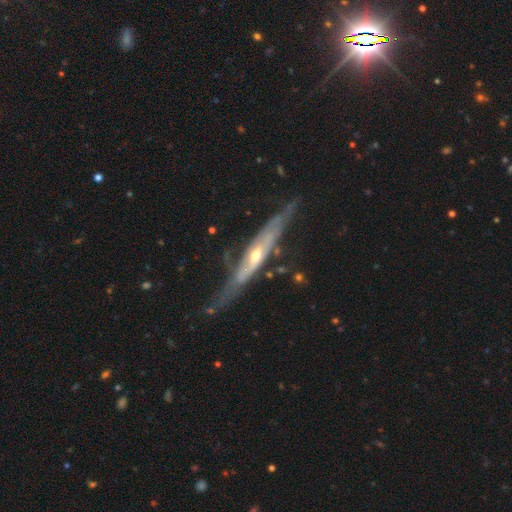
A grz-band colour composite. It shows a featured or disk galaxy (86%) viewed edge-on (72%) with a rounded central bulge (65%). Merging: none (51%).